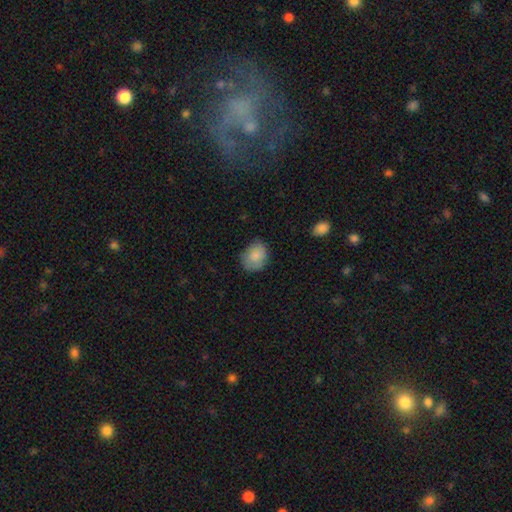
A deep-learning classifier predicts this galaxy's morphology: type=smooth (83%); roundness=round (55%); merging=none (73%).